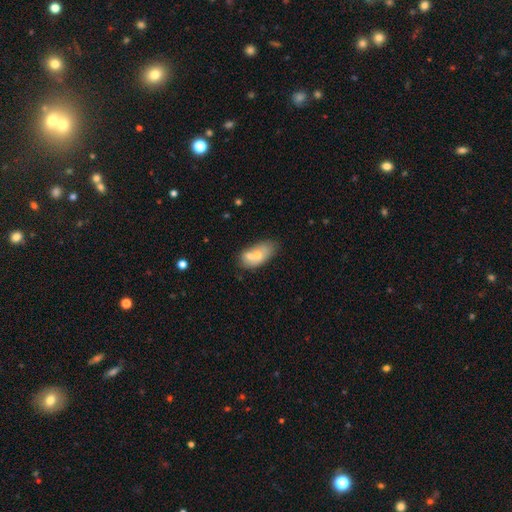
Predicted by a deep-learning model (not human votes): Smooth or featured: smooth — 61% (featured or disk — 31%)
How rounded: in between — 87% (round — 9%)
Merging: merger — 47% (none — 31%)